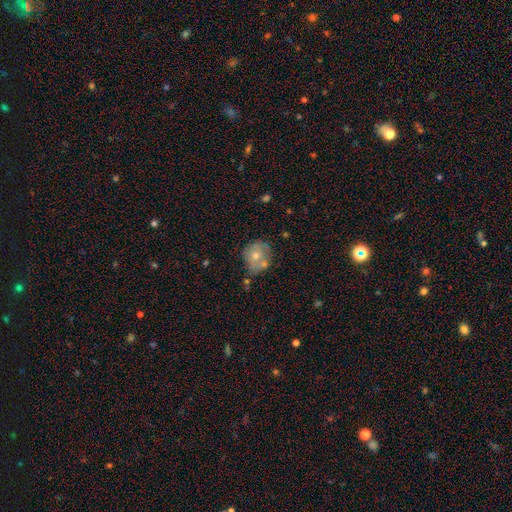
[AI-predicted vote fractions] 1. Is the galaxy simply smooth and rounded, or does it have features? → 47% smooth, 40% featured or disk, 12% star or artifact.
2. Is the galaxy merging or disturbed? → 54% none, 23% minor disturbance, 15% merger, 8% major disturbance.